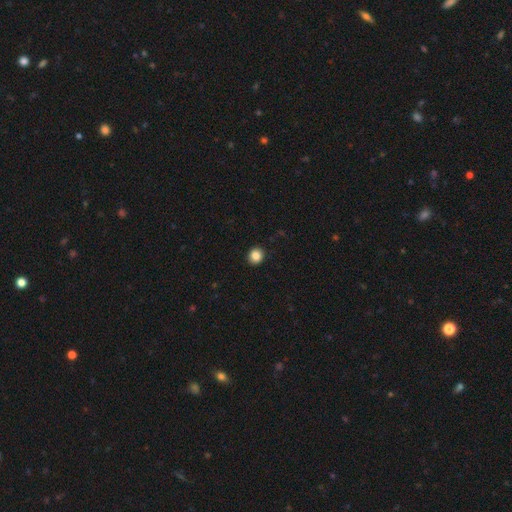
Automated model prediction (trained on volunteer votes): The model was most divided on "how rounded": round: 86%, in between: 13%, cigar-shaped: 1%. More confident: merging — none (92%); smooth or featured — smooth (85%).